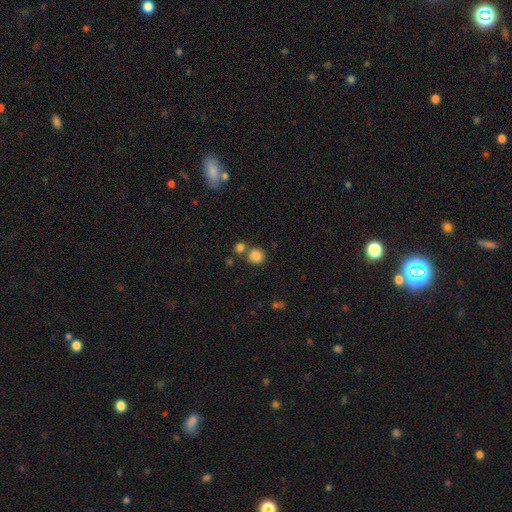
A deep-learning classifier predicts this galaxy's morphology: This appears to be a smooth galaxy with no disk features (85%) that is round (91%). Merging: none (68%).